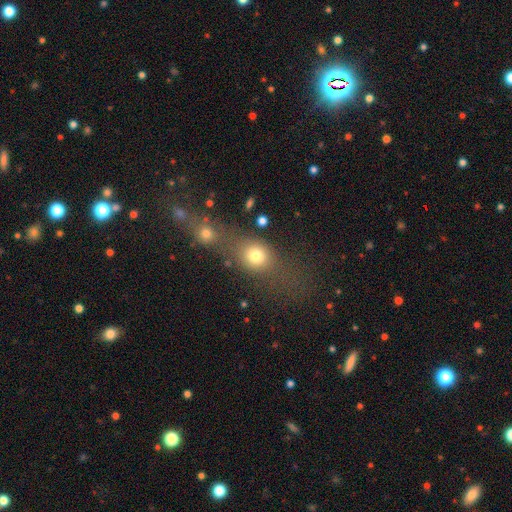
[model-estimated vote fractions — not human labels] smooth 75%, star or artifact 13%, featured or disk 11%. Down the decision tree: how rounded — round (59%); merging — merger (43%).